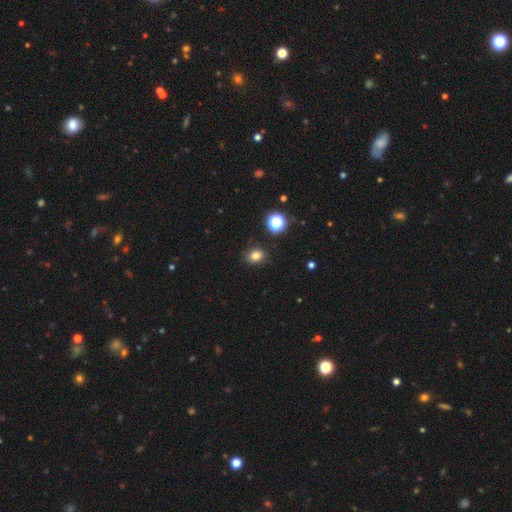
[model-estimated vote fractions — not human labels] Overall: smooth (80%). How rounded: round (52%; in between 47%). Merging: none (86%).